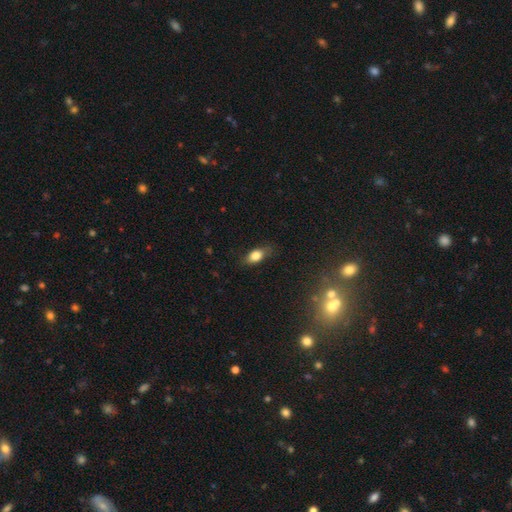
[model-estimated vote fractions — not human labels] This appears to be a smooth galaxy with no disk features (76%) that is in between round and cigar-shaped (79%). Merging: none (75%).